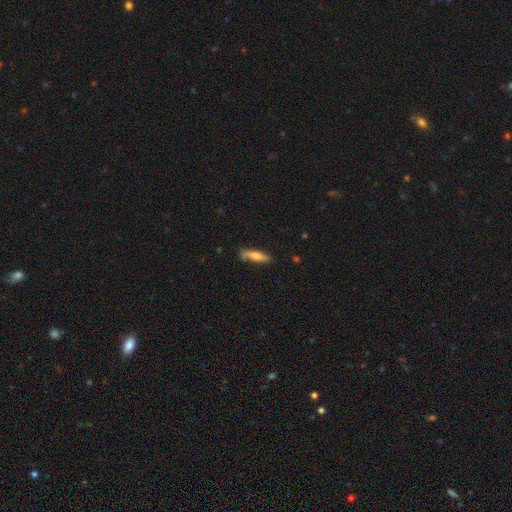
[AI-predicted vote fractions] smooth 62%, featured or disk 32%, star or artifact 6%. Down the decision tree: how rounded — cigar-shaped (73%); merging — none (75%).